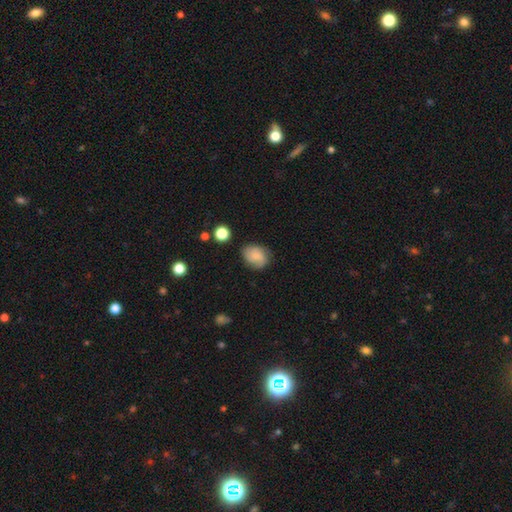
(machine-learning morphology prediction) Smooth or featured: smooth — 68% (featured or disk — 22%)
How rounded: in between — 50% (round — 49%)
Merging: none — 73% (minor disturbance — 20%)